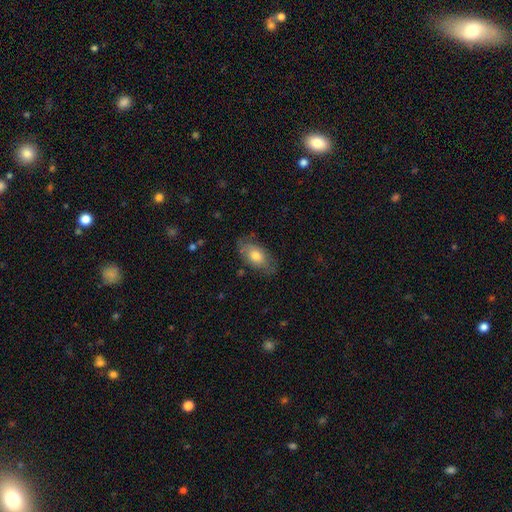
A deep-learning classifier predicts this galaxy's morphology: Smooth or featured?
  - smooth: 66% *
  - featured or disk: 27%
  - star or artifact: 7%
How rounded?
  - in between: 90% *
  - round: 6%
  - cigar-shaped: 4%
Merging?
  - none: 74% *
  - minor disturbance: 20%
  - major disturbance: 5%
  - merger: 1%